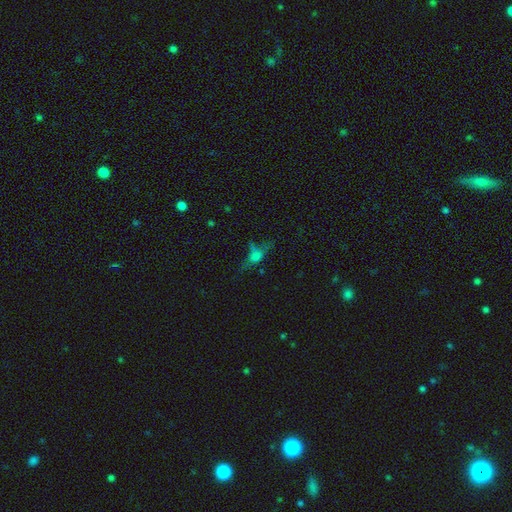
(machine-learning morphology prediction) A smooth galaxy with no disk features (46%).

Vote fractions:
- Smooth or featured? smooth: 46% / featured or disk: 32% / star or artifact: 23%
- Merging? none: 42% / major disturbance: 29% / minor disturbance: 21% / merger: 8%